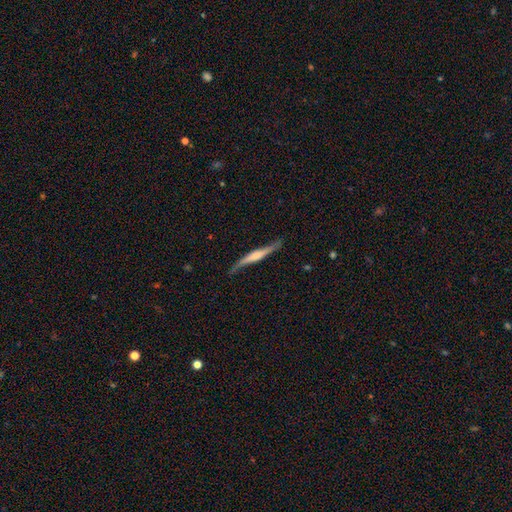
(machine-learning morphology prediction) Smooth or featured?
  - featured or disk: 66% *
  - smooth: 29%
  - star or artifact: 5%
Edge-on disk?
  - yes: 89% *
  - no: 11%
Edge-on bulge?
  - rounded: 50% *
  - boxy: 28%
  - none: 22%
Merging?
  - none: 74% *
  - minor disturbance: 19%
  - major disturbance: 5%
  - merger: 2%